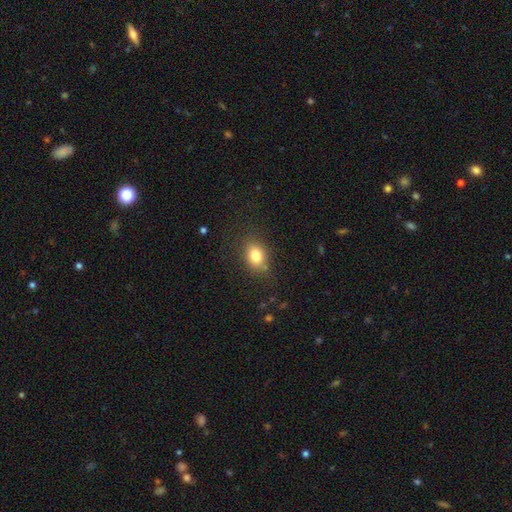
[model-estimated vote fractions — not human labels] smooth-or-featured: smooth: 81% | star or artifact: 10% | featured or disk: 9%
  how-rounded: in between: 68% | round: 31% | cigar-shaped: 1%
  merging: none: 76% | minor disturbance: 16% | major disturbance: 5% | merger: 3%